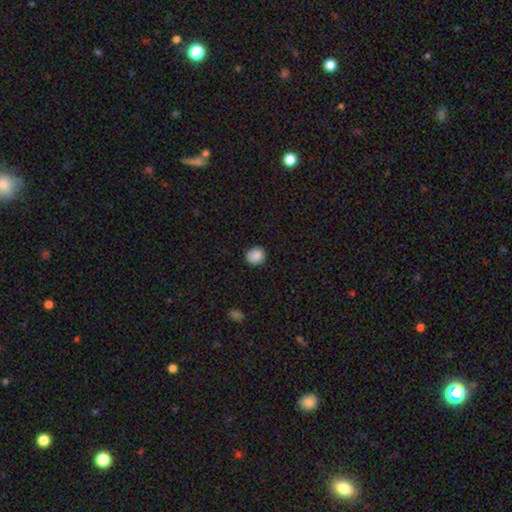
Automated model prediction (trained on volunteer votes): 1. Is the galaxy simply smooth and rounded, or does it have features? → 88% smooth, 9% star or artifact, 3% featured or disk.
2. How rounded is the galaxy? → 84% round, 15% in between, 1% cigar-shaped.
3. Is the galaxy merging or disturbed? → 89% none, 8% minor disturbance, 2% major disturbance, 1% merger.